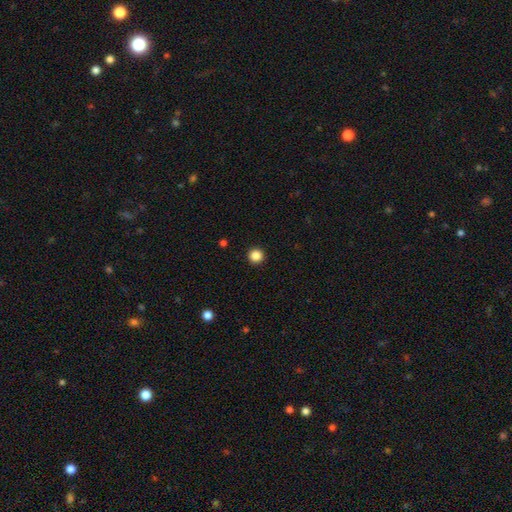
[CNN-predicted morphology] smooth-or-featured: smooth: 86% | star or artifact: 11% | featured or disk: 3%
  how-rounded: round: 96% | in between: 3% | cigar-shaped: 1%
  merging: none: 94% | minor disturbance: 4% | major disturbance: 1% | merger: 1%